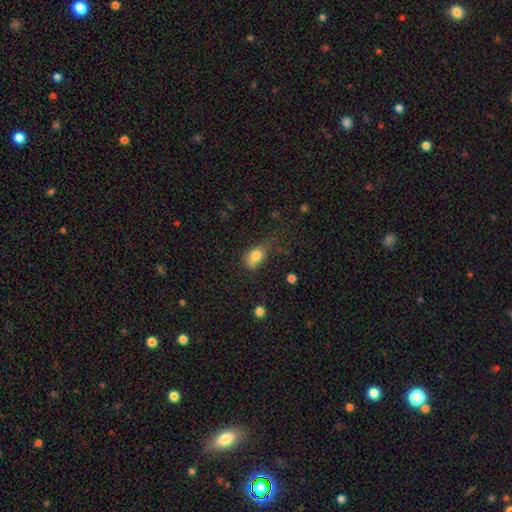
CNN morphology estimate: This appears to be a smooth galaxy with no disk features (78%) that is in between round and cigar-shaped (82%). Merging: none (39%).